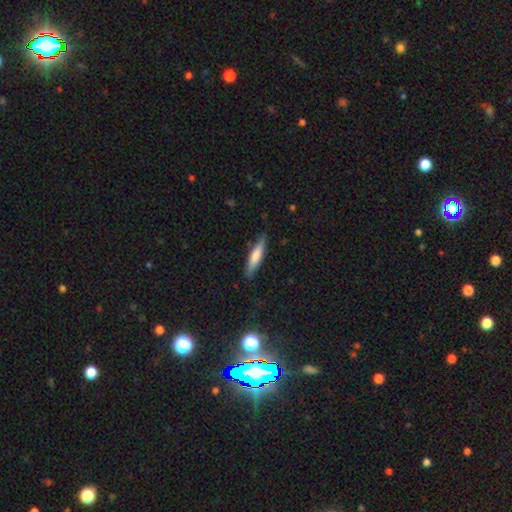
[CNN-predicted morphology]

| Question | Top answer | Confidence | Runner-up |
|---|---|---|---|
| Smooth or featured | smooth | 70% | featured or disk (24%) |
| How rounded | cigar-shaped | 82% | in between (17%) |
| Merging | none | 84% | minor disturbance (13%) |